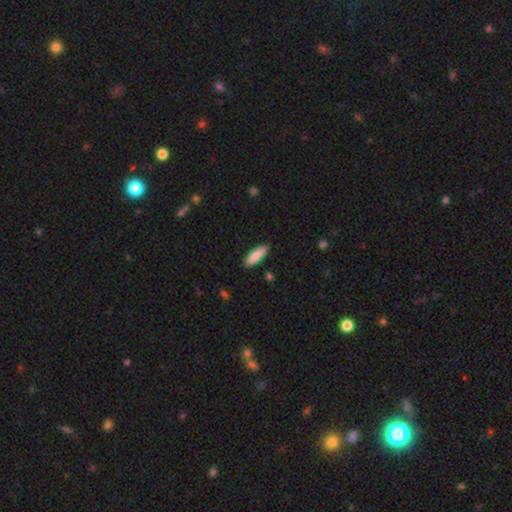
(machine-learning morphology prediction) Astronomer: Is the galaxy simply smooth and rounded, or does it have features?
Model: smooth — 87%.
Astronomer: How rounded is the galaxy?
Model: in between — 58% (runner-up: cigar-shaped, 40%).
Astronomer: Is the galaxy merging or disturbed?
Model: none — 88%.